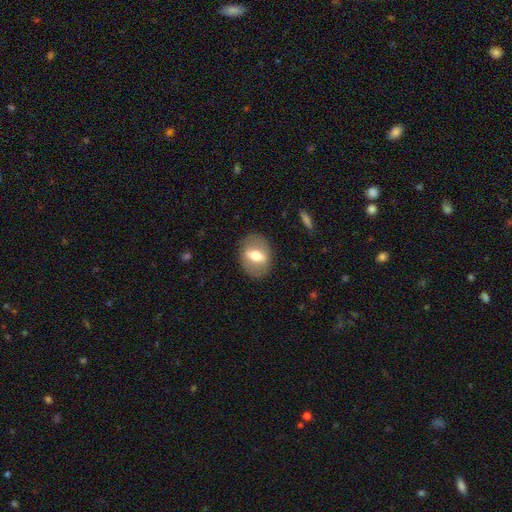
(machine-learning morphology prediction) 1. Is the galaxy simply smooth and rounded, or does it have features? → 46% featured or disk (tied), 46% smooth (tied), 7% star or artifact.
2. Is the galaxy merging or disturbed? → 83% none, 11% minor disturbance, 5% major disturbance, 1% merger.